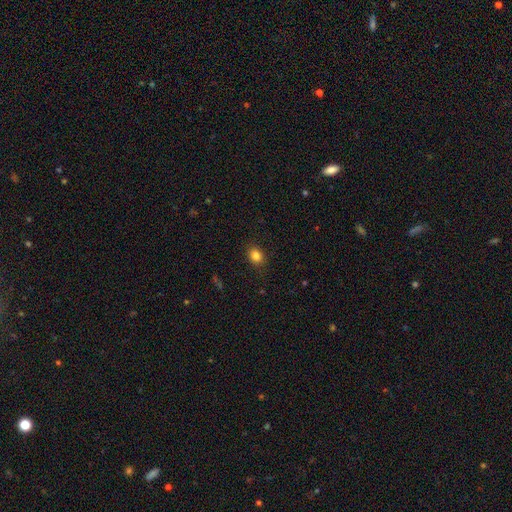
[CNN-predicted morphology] Smooth or featured? smooth (84%)
How rounded? round (50%)
Merging? none (87%)